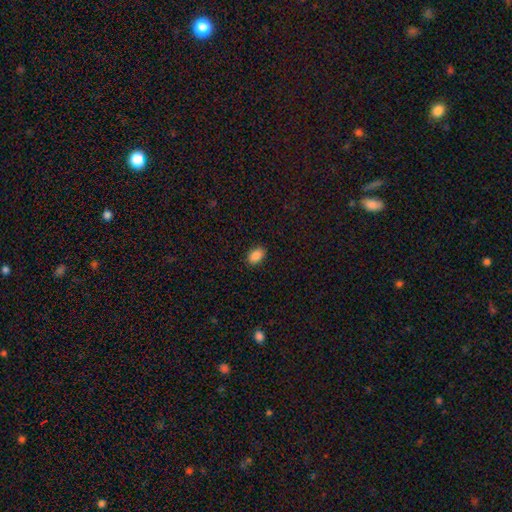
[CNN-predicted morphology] smooth 88%, star or artifact 8%, featured or disk 4%. Down the decision tree: how rounded — in between (86%); merging — none (89%).